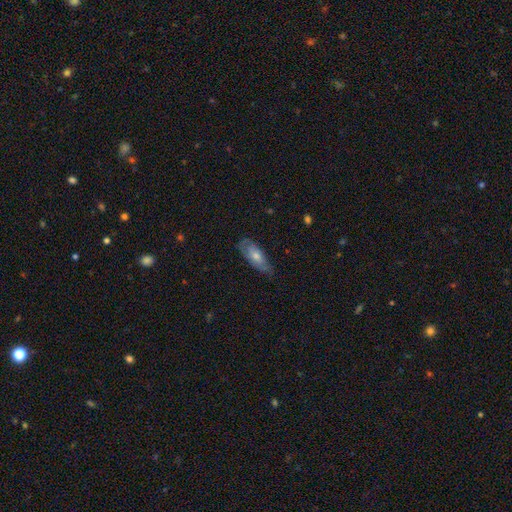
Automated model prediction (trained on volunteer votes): This appears to be a featured or disk galaxy (47%). Merging: none (69%).